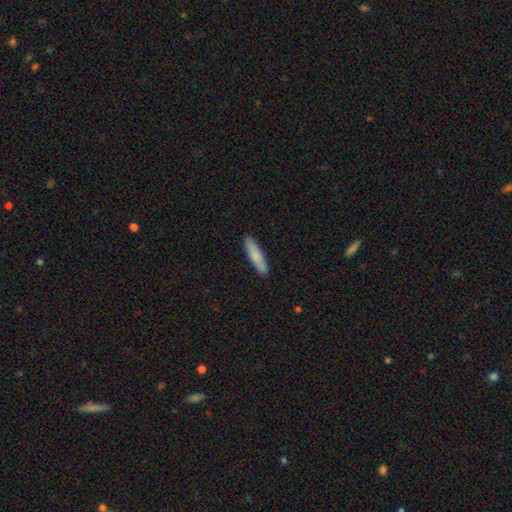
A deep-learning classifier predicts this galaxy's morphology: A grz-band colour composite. It shows a smooth galaxy with no disk features (80%) that is cigar-shaped (83%). Merging: none (90%).